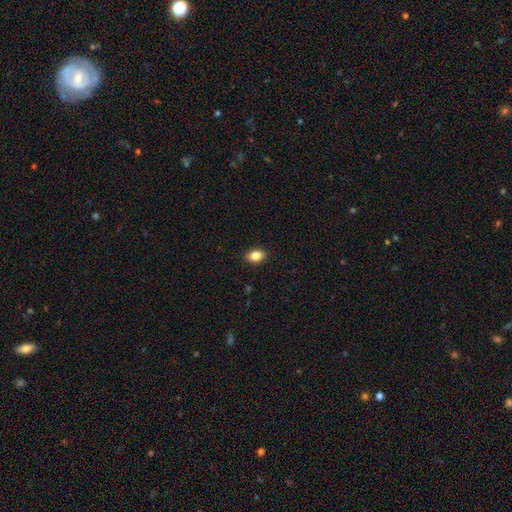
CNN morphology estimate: smooth-or-featured: smooth: 85% | star or artifact: 9% | featured or disk: 6%
  how-rounded: in between: 78% | round: 21% | cigar-shaped: 1%
  merging: none: 90% | minor disturbance: 7% | major disturbance: 2% | merger: 1%